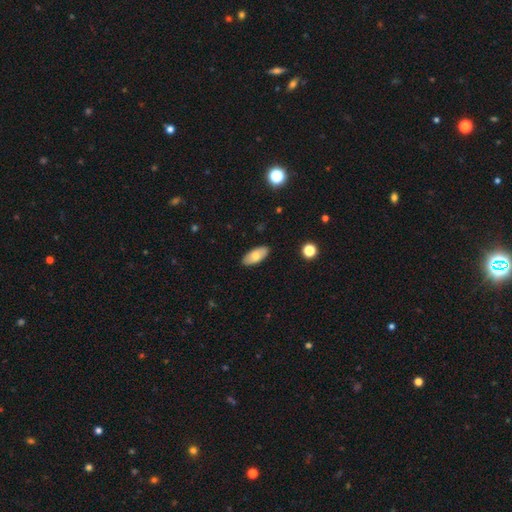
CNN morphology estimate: Q: Smooth or featured?
A: smooth (72%); runner-up: featured or disk (21%)
Q: How rounded?
A: in between (88%); runner-up: cigar-shaped (10%)
Q: Merging?
A: none (88%); runner-up: minor disturbance (9%)